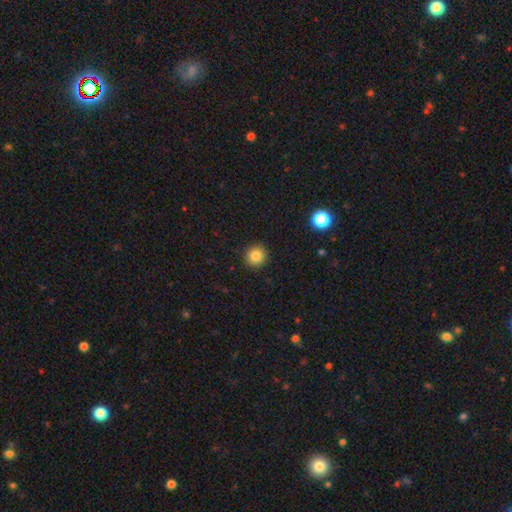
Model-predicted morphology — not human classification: A smooth galaxy with no disk features (84%) that is round (91%).

Vote fractions:
- Smooth or featured? smooth: 84% / star or artifact: 11% / featured or disk: 5%
- How rounded? round: 91% / in between: 9% / cigar-shaped: 1%
- Merging? none: 91% / minor disturbance: 6% / major disturbance: 2% / merger: 1%